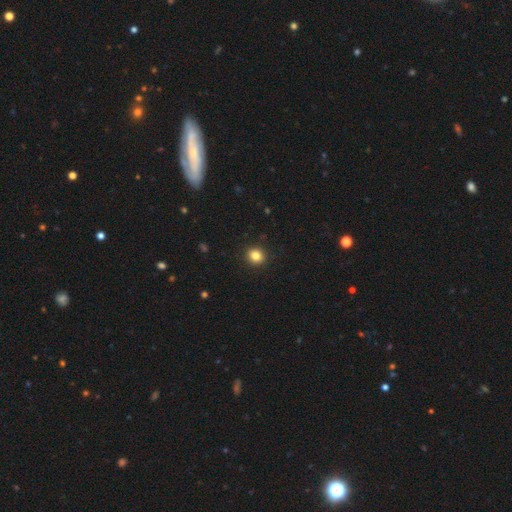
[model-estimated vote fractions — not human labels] Smooth or featured: smooth — 84% (star or artifact — 11%)
How rounded: round — 82% (in between — 17%)
Merging: none — 92% (minor disturbance — 5%)